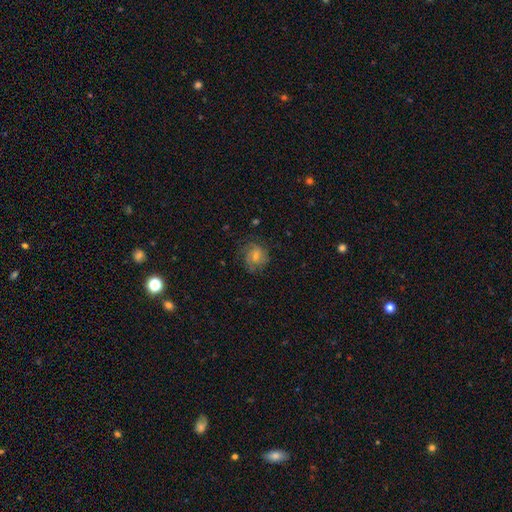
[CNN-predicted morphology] featured or disk 46%, smooth 45%, star or artifact 9%. Down the decision tree: merging — none (68%).